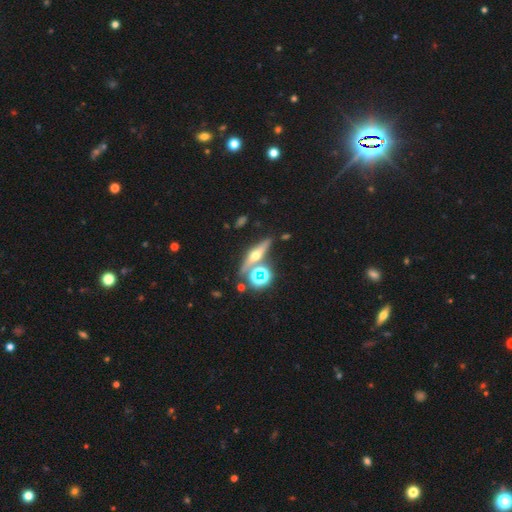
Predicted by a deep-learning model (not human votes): smooth_or_featured: featured or disk (p=0.55) [alt: smooth p=0.24]
disk_edge_on: yes (p=0.87) [alt: no p=0.13]
merging: none (p=0.75) [alt: merger p=0.12]